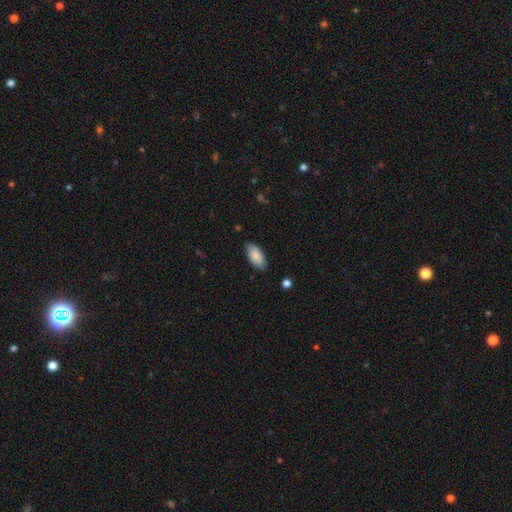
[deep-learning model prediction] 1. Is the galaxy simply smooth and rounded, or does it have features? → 88% smooth, 6% star or artifact, 6% featured or disk.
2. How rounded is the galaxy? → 92% in between, 6% cigar-shaped, 2% round.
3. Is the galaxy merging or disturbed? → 86% none, 11% minor disturbance, 2% major disturbance, 1% merger.